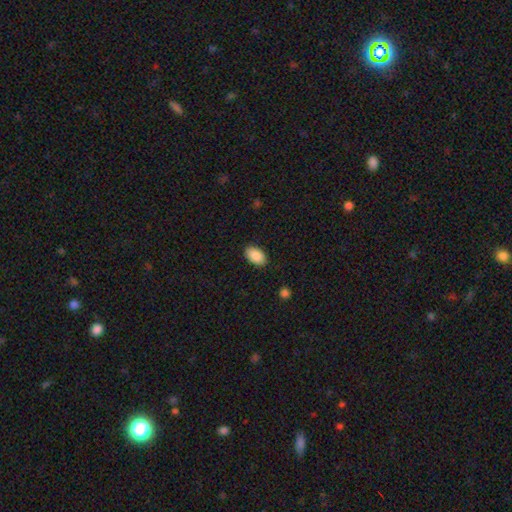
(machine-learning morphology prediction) smooth 90%, star or artifact 7%, featured or disk 4%. Down the decision tree: how rounded — in between (93%); merging — none (88%).